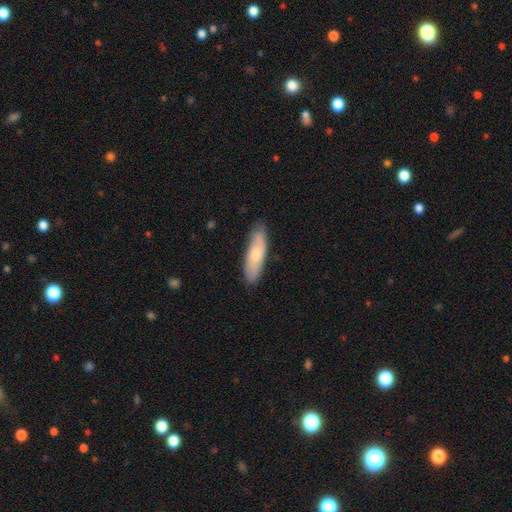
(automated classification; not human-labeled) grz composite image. It shows a smooth galaxy with no disk features (63%) that is cigar-shaped (58%). Merging: none (83%).